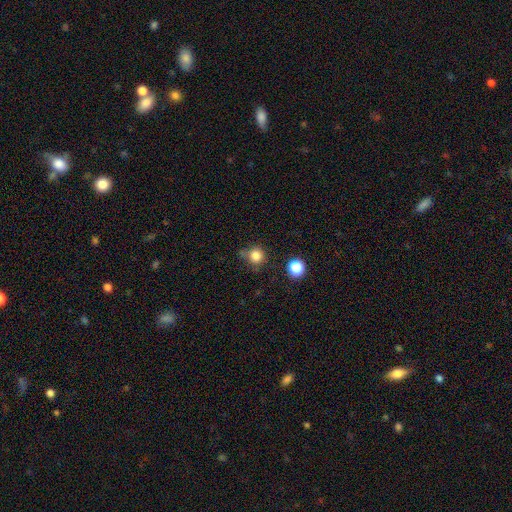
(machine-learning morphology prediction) A smooth galaxy with no disk features (82%) that is round (92%). Merging: none (71%).